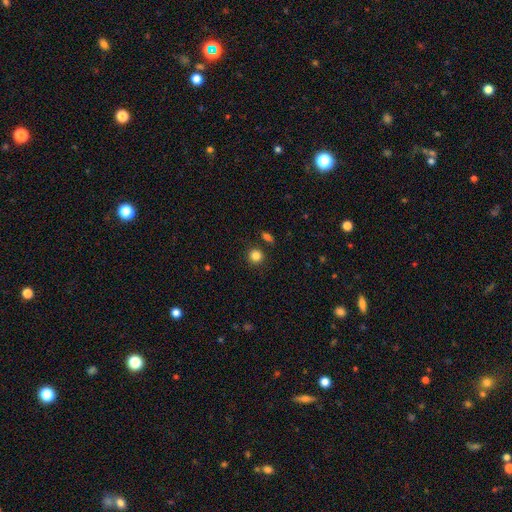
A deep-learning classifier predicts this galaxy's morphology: A smooth galaxy with no disk features (84%) that is round (91%).

Vote fractions:
- Smooth or featured? smooth: 84% / star or artifact: 11% / featured or disk: 5%
- How rounded? round: 91% / in between: 8% / cigar-shaped: 1%
- Merging? none: 85% / minor disturbance: 8% / merger: 5% / major disturbance: 3%